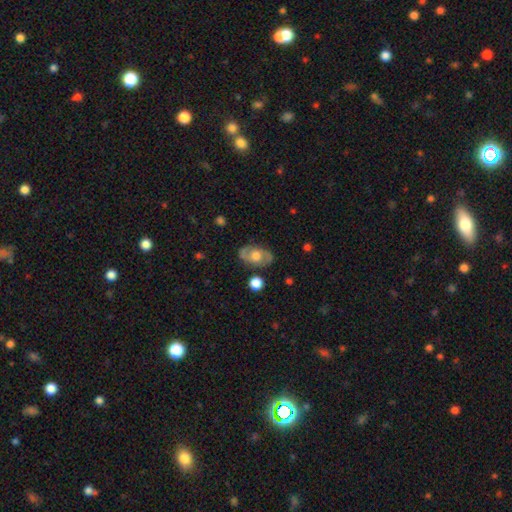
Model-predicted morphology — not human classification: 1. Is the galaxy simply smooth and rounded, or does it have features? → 55% featured or disk, 38% smooth, 7% star or artifact.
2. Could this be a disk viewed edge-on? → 90% no, 10% yes.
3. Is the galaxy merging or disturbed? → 79% none, 14% minor disturbance, 4% major disturbance, 2% merger.